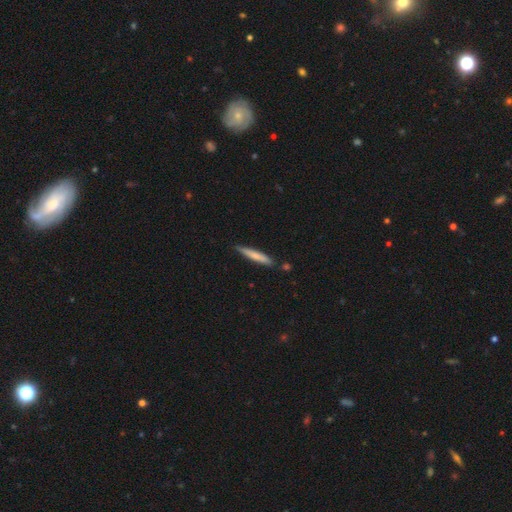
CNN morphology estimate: smooth-or-featured: smooth: 70% | featured or disk: 24% | star or artifact: 5%
  how-rounded: cigar-shaped: 94% | in between: 5% | round: 1%
  merging: none: 83% | minor disturbance: 12% | merger: 3% | major disturbance: 2%